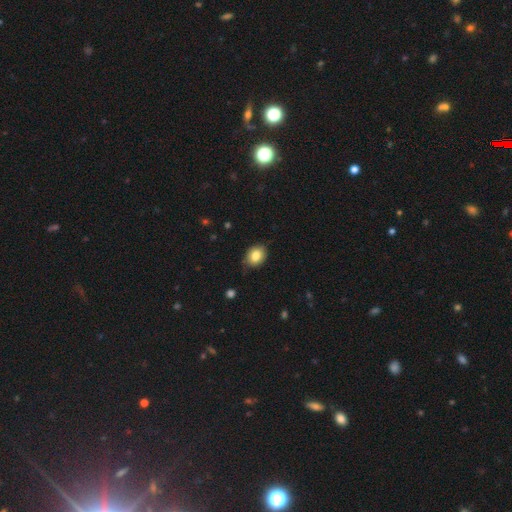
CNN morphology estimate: A smooth galaxy with no disk features (82%) that is in between round and cigar-shaped (59%). Merging: none (76%).